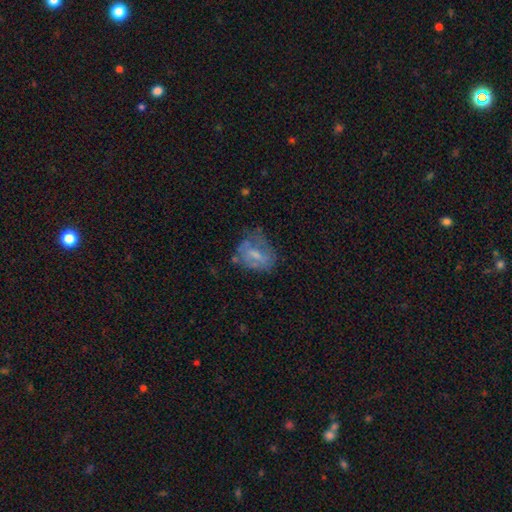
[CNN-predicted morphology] Smooth or featured? featured or disk (48%)
Merging? none (42%)